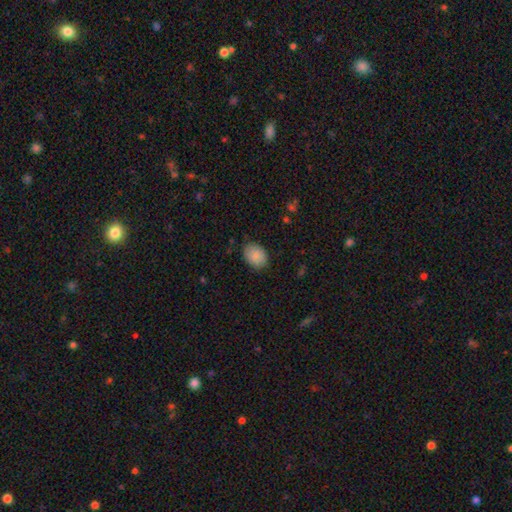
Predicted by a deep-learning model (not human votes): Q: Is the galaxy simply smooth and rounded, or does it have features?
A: smooth — 87%.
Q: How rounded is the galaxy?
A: in between — 66%.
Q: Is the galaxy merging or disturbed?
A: none — 81%.